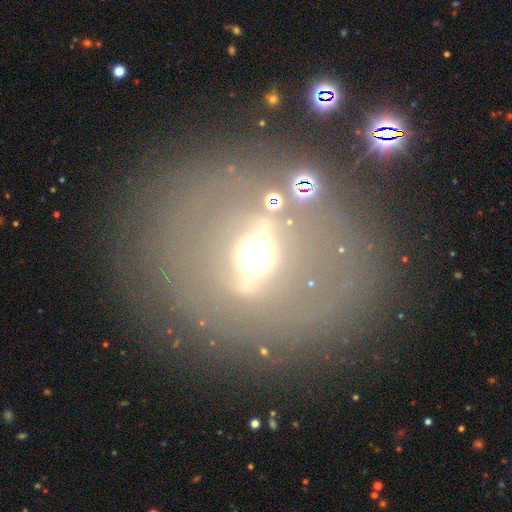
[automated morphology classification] featured or disk 65%, smooth 21%, star or artifact 13%. Down the decision tree: edge-on disk — no (73%); merging — none (78%).